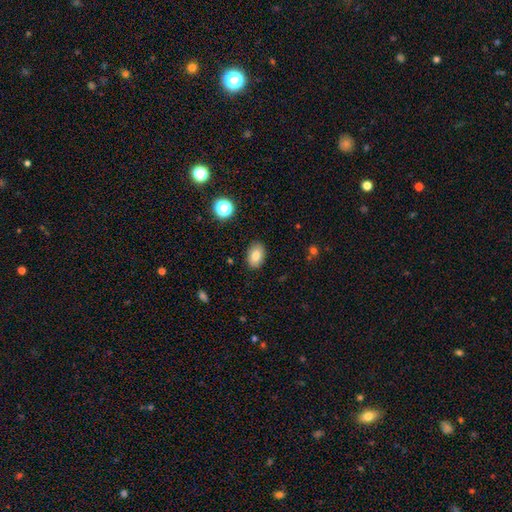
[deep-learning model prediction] This appears to be a smooth galaxy with no disk features (82%) that is in between round and cigar-shaped (86%). Merging: none (86%).